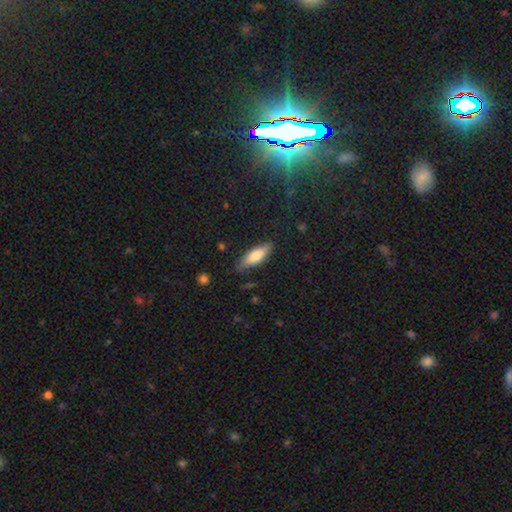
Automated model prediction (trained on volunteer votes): Smooth or featured: smooth — 72% (featured or disk — 22%)
How rounded: in between — 55% (cigar-shaped — 43%)
Merging: none — 78% (minor disturbance — 17%)